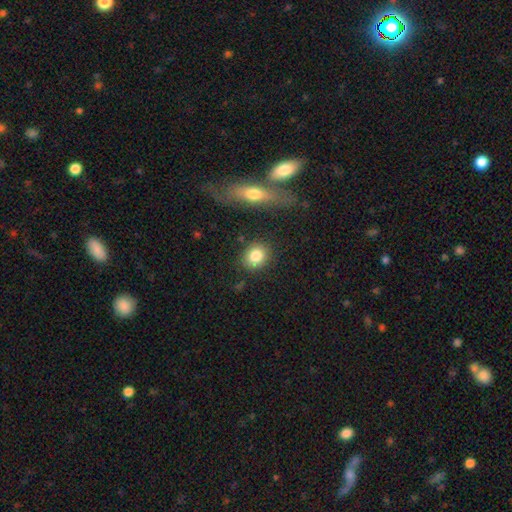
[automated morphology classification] Smooth or featured?
  - smooth: 83% *
  - featured or disk: 9%
  - star or artifact: 8%
How rounded?
  - round: 73% *
  - in between: 26%
  - cigar-shaped: 2%
Merging?
  - none: 82% *
  - minor disturbance: 10%
  - merger: 4%
  - major disturbance: 3%